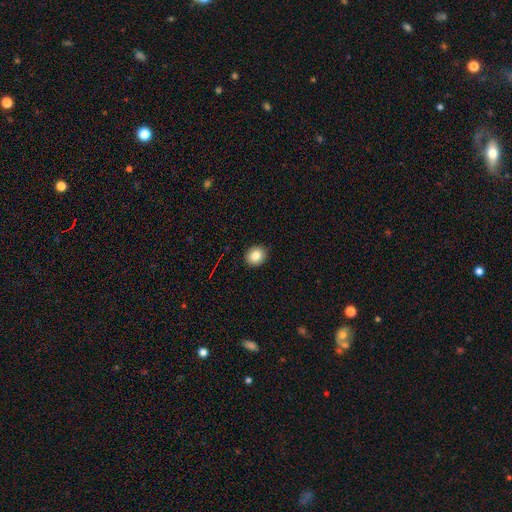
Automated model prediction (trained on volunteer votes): The model was most divided on "how rounded": round: 76%, in between: 23%, cigar-shaped: 1%. More confident: merging — none (91%); smooth or featured — smooth (83%).